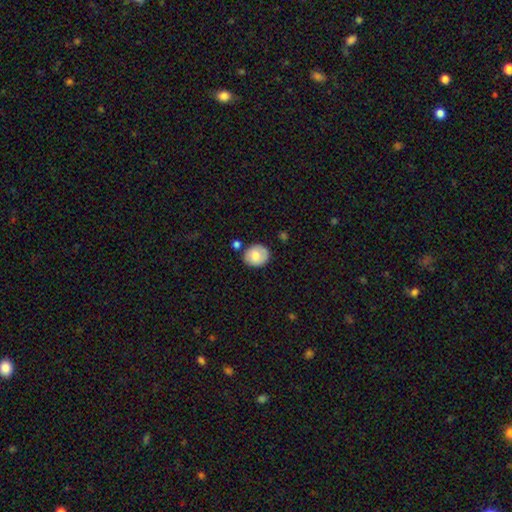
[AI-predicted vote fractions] smooth_or_featured: smooth (p=0.73) [alt: featured or disk p=0.20]
how_rounded: round (p=0.68) [alt: in between p=0.31]
merging: none (p=0.74) [alt: minor disturbance p=0.16]